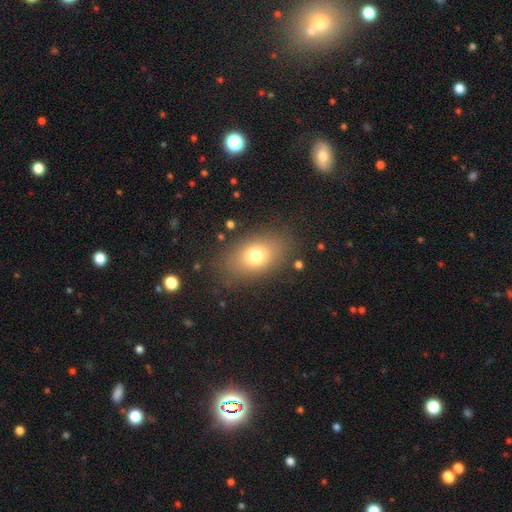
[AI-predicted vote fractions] The model was most divided on "smooth or featured": smooth: 75%, featured or disk: 14%, star or artifact: 11%. More confident: merging — none (82%); how rounded — in between (81%).